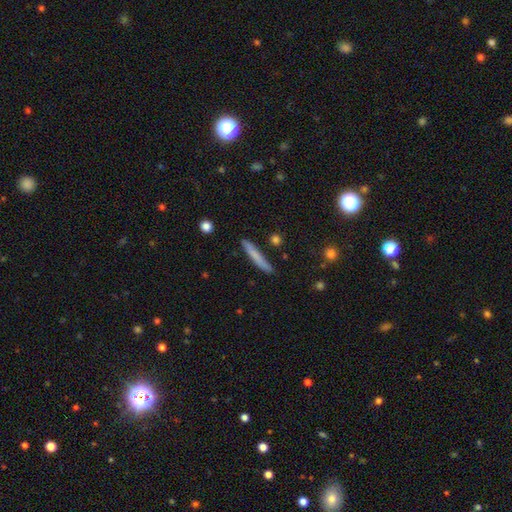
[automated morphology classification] Smooth or featured?
  - smooth: 73% *
  - featured or disk: 21%
  - star or artifact: 6%
How rounded?
  - cigar-shaped: 95% *
  - in between: 3%
  - round: 1%
Merging?
  - none: 87% *
  - minor disturbance: 9%
  - merger: 2%
  - major disturbance: 2%